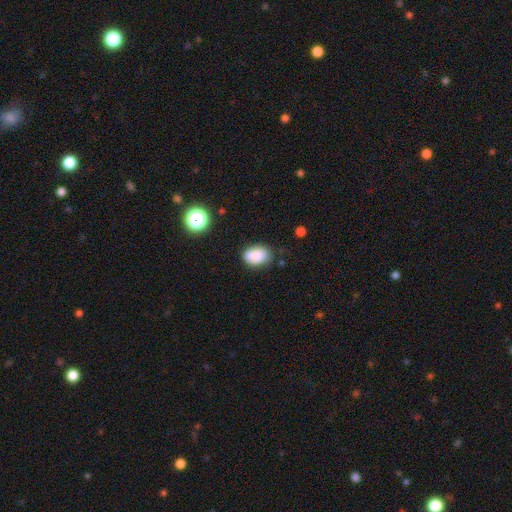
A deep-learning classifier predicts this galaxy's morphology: Smooth or featured? smooth (84%)
How rounded? in between (78%)
Merging? none (71%)